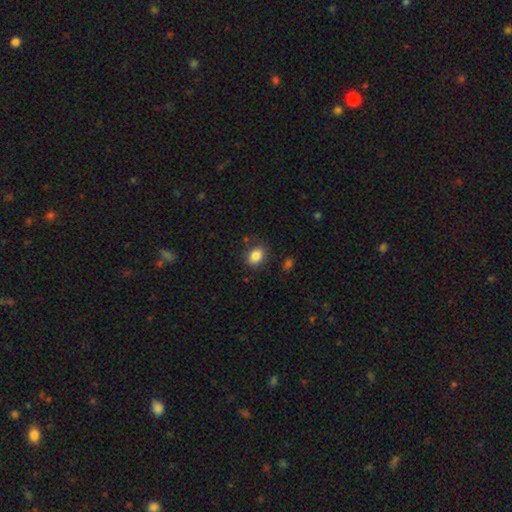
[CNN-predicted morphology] Smooth or featured? smooth (86%)
How rounded? in between (70%)
Merging? none (82%)